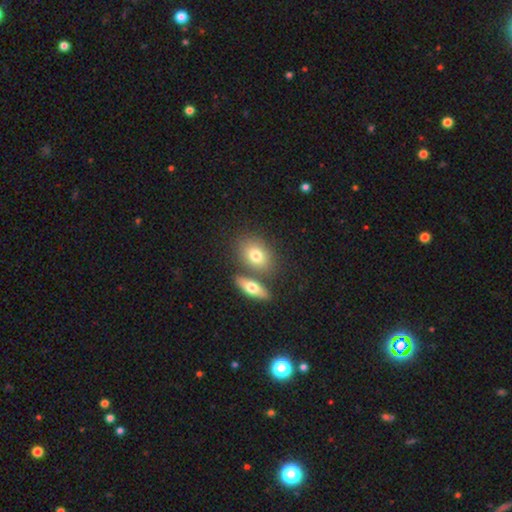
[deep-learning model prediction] Overall: smooth (75%). How rounded: in between (73%). Merging: none (61%; merger 26%).